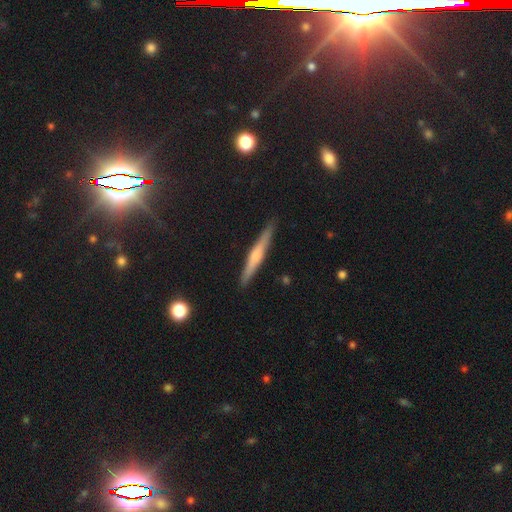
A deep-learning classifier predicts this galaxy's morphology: Overall: featured or disk (59%; smooth 33%). Edge-on disk: yes (97%). Edge-on bulge: rounded (72%). Merging: none (89%).